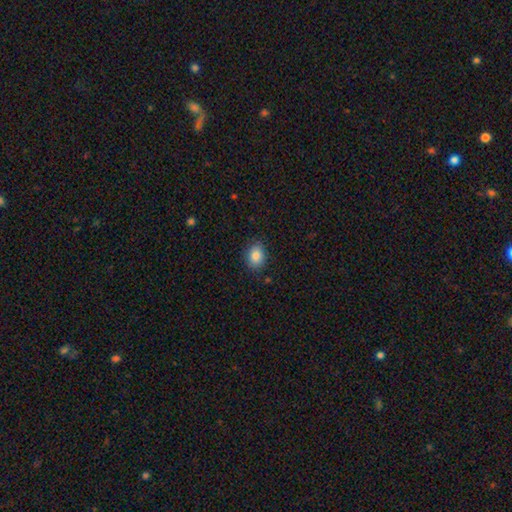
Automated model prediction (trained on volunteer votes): smooth_or_featured: smooth (p=0.86) [alt: star or artifact p=0.08]
how_rounded: in between (p=0.65) [alt: round p=0.34]
merging: none (p=0.86) [alt: minor disturbance p=0.10]